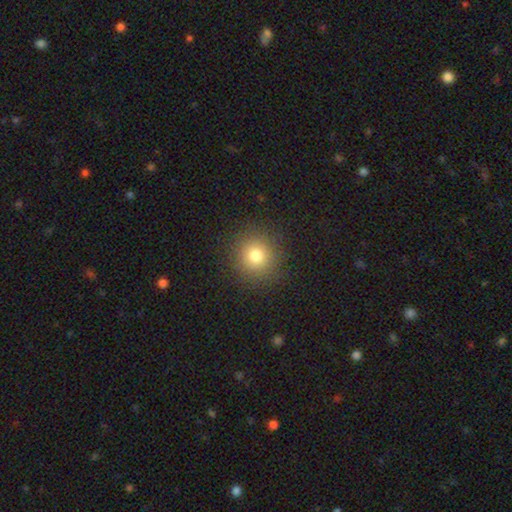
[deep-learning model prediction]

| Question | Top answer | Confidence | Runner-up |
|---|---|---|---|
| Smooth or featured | smooth | 78% | star or artifact (14%) |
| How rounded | round | 93% | in between (6%) |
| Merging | none | 90% | minor disturbance (6%) |